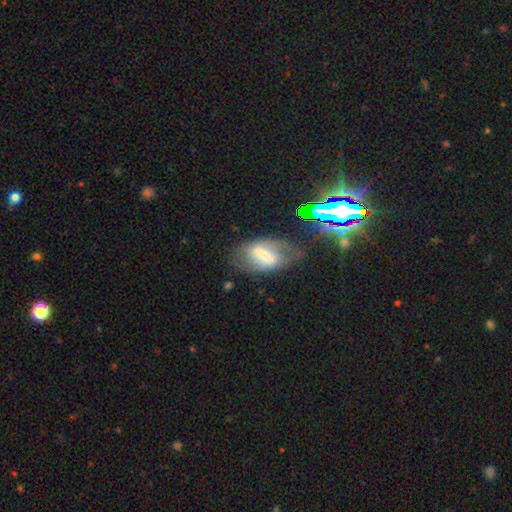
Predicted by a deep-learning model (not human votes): A featured or disk galaxy (53%). Merging: none (57%).